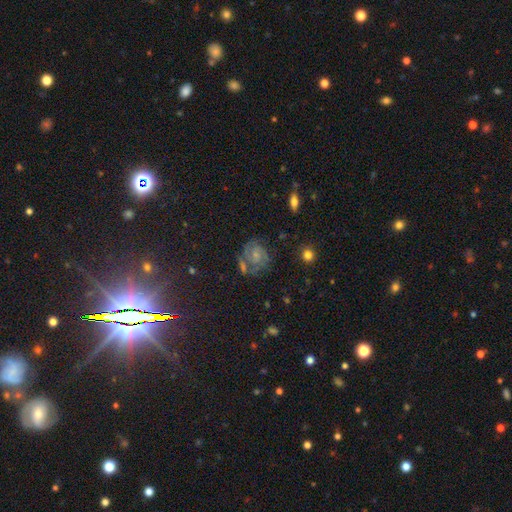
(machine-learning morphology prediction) smooth-or-featured: featured or disk: 66% | smooth: 22% | star or artifact: 12%
  disk-edge-on: no: 98% | yes: 2%
    bar: no: 64% | weak: 31% | strong: 6%
    has-spiral-arms: yes: 89% | no: 11%
      spiral-winding: tight: 53% | medium: 37% | loose: 10%
      spiral-arm-count: 2: 50% | can't tell: 23% | 3: 14% | 1: 6% | 4: 4% | more than 4: 3%
    bulge-size: small: 56% | moderate: 27% | none: 13% | large: 3% | dominant: 1%
  merging: none: 57% | minor disturbance: 20% | major disturbance: 12% | merger: 10%